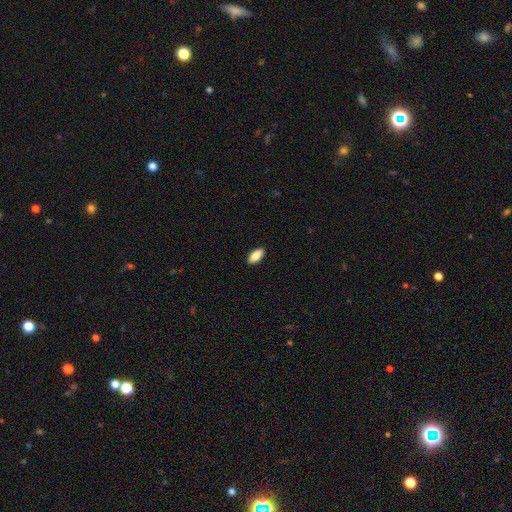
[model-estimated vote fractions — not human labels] The model was most divided on "how rounded": in between: 89%, cigar-shaped: 8%, round: 2%. More confident: merging — none (89%); smooth or featured — smooth (88%).